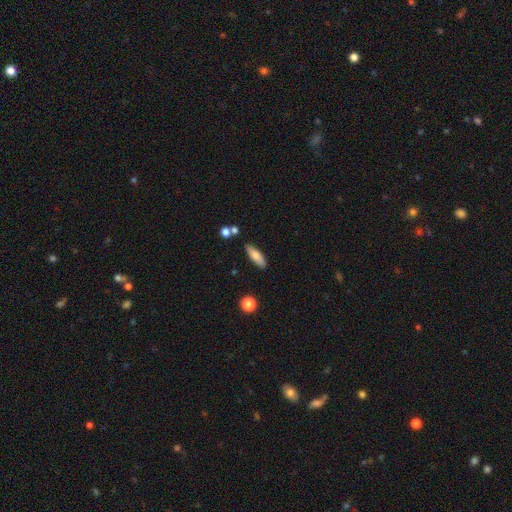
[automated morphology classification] Smooth or featured? smooth (76%)
How rounded? in between (52%)
Merging? none (82%)